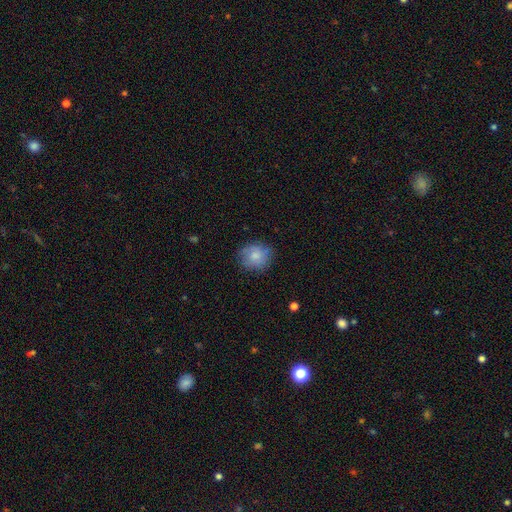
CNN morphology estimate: Smooth or featured?
  - smooth: 79% *
  - featured or disk: 13%
  - star or artifact: 8%
How rounded?
  - round: 78% *
  - in between: 21%
  - cigar-shaped: 1%
Merging?
  - none: 75% *
  - minor disturbance: 19%
  - major disturbance: 5%
  - merger: 1%